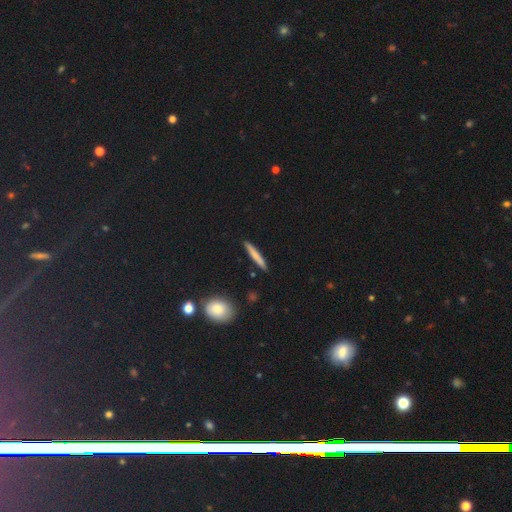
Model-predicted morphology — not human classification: Overall: smooth (70%). How rounded: cigar-shaped (94%). Merging: none (90%).